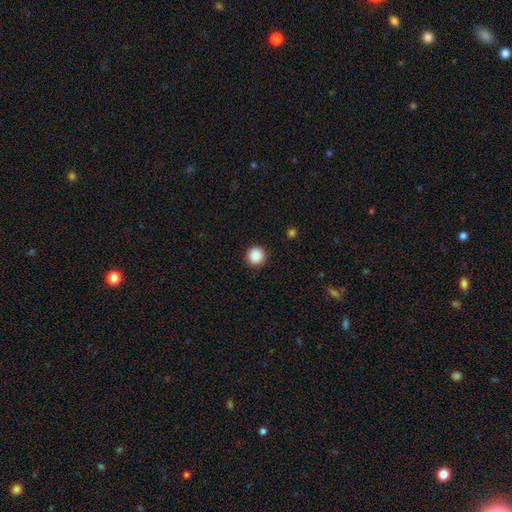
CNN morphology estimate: Smooth or featured? smooth (89%)
How rounded? round (95%)
Merging? none (92%)